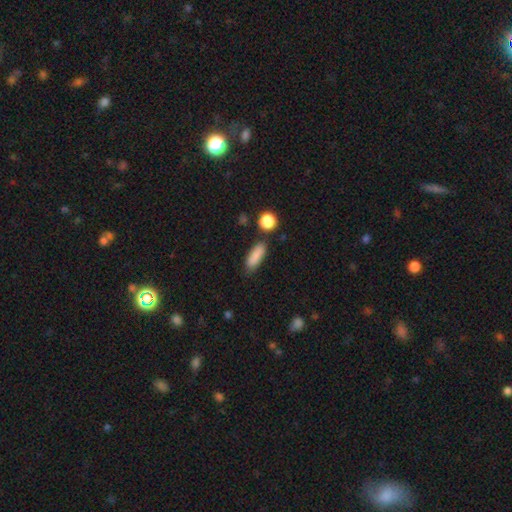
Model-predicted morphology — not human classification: Smooth or featured?
  - smooth: 87% *
  - star or artifact: 8%
  - featured or disk: 6%
How rounded?
  - in between: 57% *
  - cigar-shaped: 39%
  - round: 4%
Merging?
  - none: 77% *
  - minor disturbance: 14%
  - merger: 5%
  - major disturbance: 4%